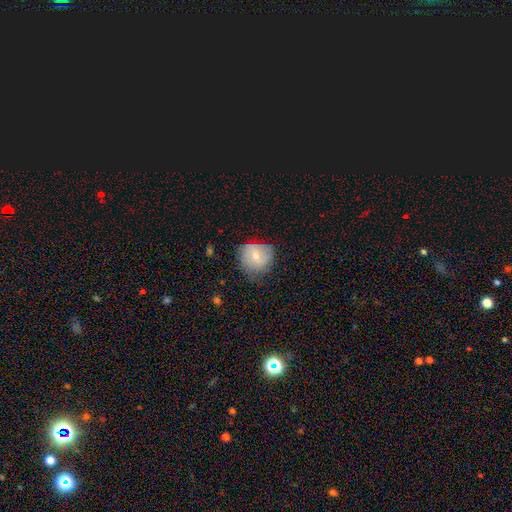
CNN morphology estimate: Smooth or featured? Predicted: smooth (p=0.63). How rounded? Predicted: round (p=0.77). Merging? Predicted: none (p=0.54).